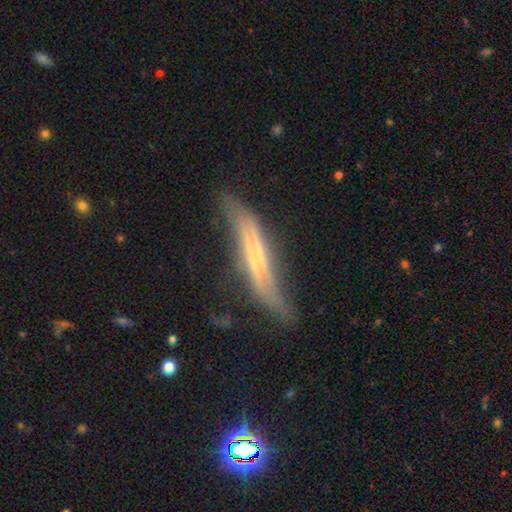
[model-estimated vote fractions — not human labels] Overall: featured or disk (59%; smooth 33%). Edge-on disk: yes (74%). Merging: none (57%; minor disturbance 29%).